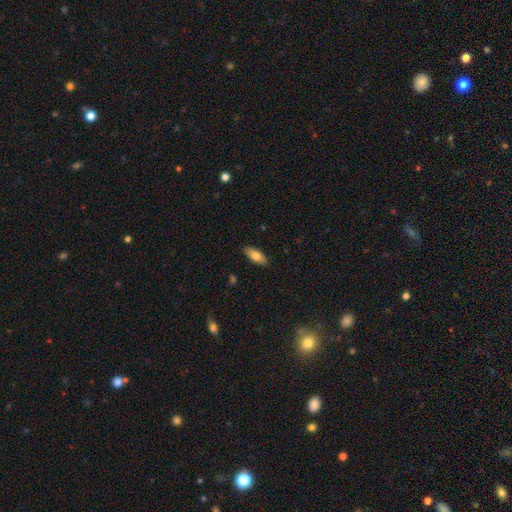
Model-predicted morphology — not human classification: type=smooth (78%); roundness=in between (81%); merging=none (88%).